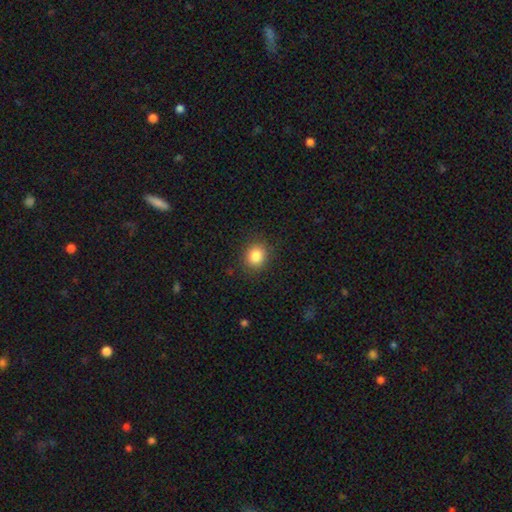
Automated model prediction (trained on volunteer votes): Q: Smooth or featured?
A: smooth (85%); runner-up: star or artifact (10%)
Q: How rounded?
A: round (75%); runner-up: in between (24%)
Q: Merging?
A: none (88%); runner-up: minor disturbance (8%)